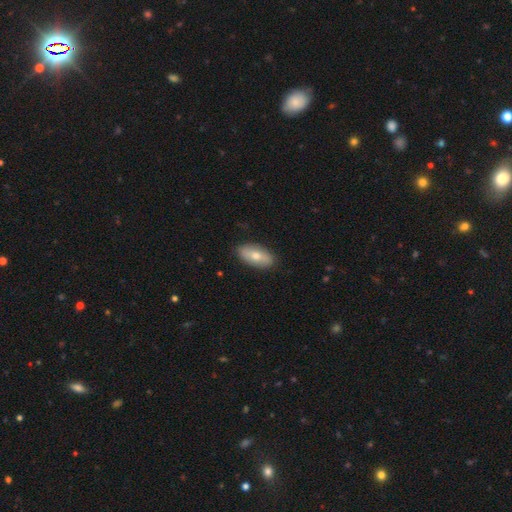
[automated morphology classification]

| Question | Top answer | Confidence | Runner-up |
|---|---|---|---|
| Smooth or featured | smooth | 64% | featured or disk (30%) |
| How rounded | in between | 86% | cigar-shaped (10%) |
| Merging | none | 88% | minor disturbance (9%) |